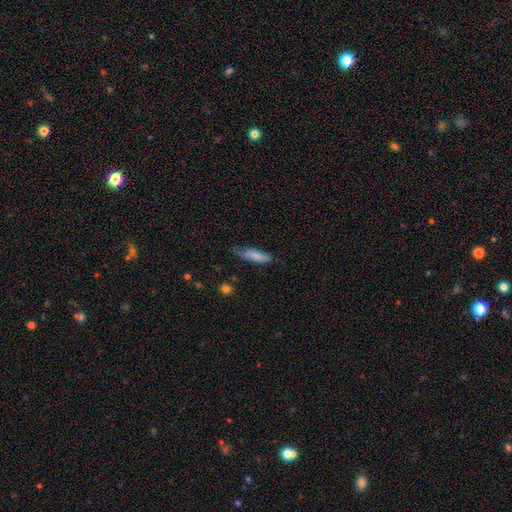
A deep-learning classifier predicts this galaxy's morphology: Smooth or featured? smooth (78%)
How rounded? cigar-shaped (69%)
Merging? none (56%)